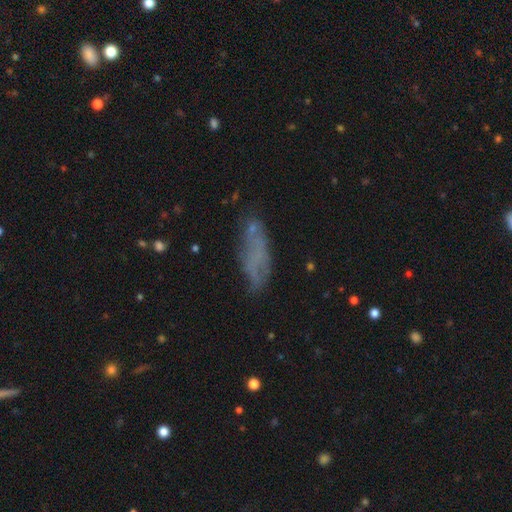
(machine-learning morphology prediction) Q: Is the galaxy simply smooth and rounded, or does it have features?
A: smooth — 53%.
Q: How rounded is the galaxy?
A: in between — 52%.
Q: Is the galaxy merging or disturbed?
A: none — 60%.